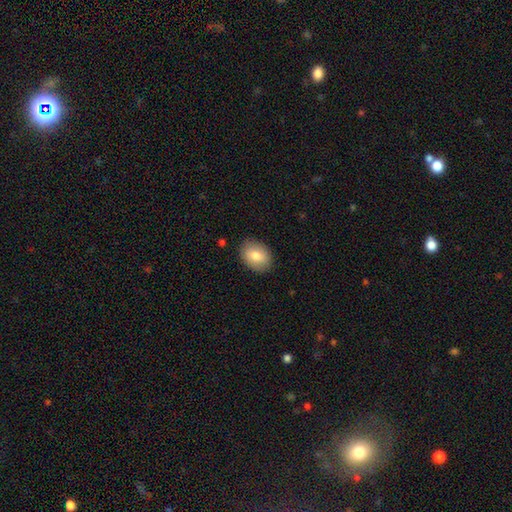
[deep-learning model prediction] A smooth galaxy with no disk features (81%) that is in between round and cigar-shaped (76%).

Vote fractions:
- Smooth or featured? smooth: 81% / featured or disk: 12% / star or artifact: 7%
- How rounded? in between: 76% / round: 23% / cigar-shaped: 1%
- Merging? none: 87% / minor disturbance: 10% / major disturbance: 2% / merger: 1%